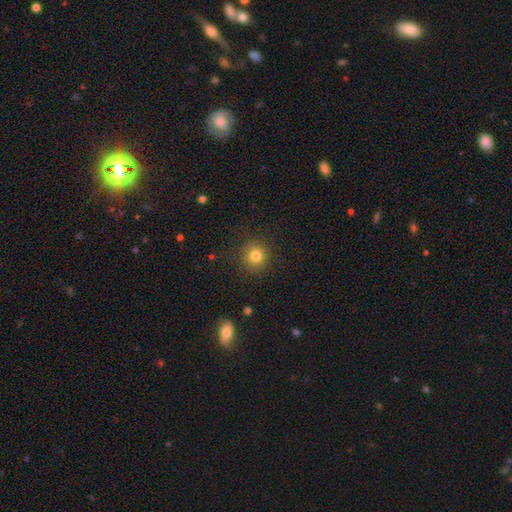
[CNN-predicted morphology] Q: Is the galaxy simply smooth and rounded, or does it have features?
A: smooth — 80%.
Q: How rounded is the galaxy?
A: round — 92%.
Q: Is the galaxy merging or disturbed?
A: none — 89%.